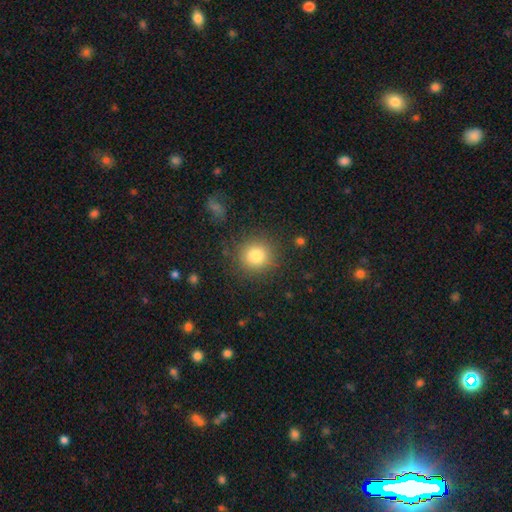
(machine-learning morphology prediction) A smooth galaxy with no disk features (82%) that is round (91%). Merging: none (87%).